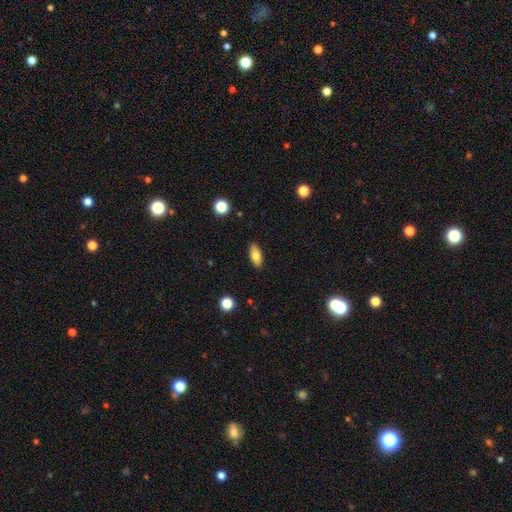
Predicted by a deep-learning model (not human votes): Smooth or featured?
  - smooth: 76% *
  - featured or disk: 16%
  - star or artifact: 7%
How rounded?
  - in between: 83% *
  - cigar-shaped: 13%
  - round: 3%
Merging?
  - none: 88% *
  - minor disturbance: 9%
  - major disturbance: 2%
  - merger: 1%